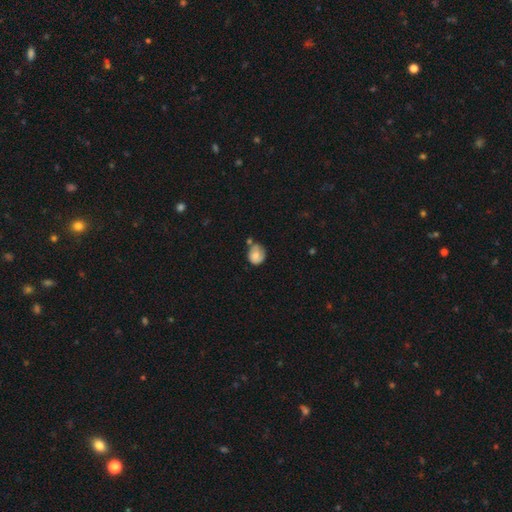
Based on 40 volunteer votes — Morphology: type=smooth (72%); roundness=round (55%); merging=none (42%).